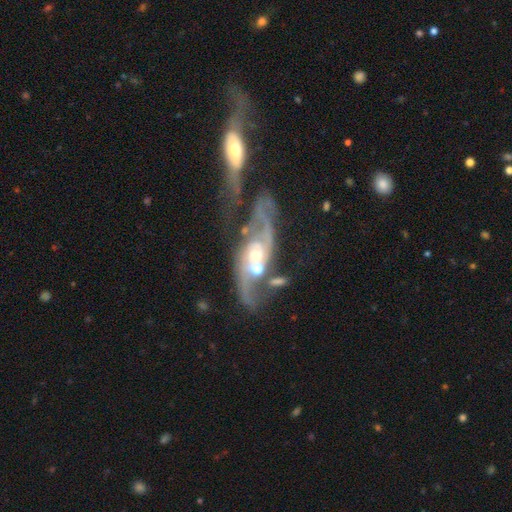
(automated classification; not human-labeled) This is clearly a featured or disk galaxy (84%). It is clearly not viewed edge-on (95%). Bar: likely no (69%). Spiral arm pattern: clearly yes (92%). Spiral arm count: clearly 2 (81%). Spiral winding: possibly loose (47%). Central bulge: possibly moderate (56%). Merging: marginally merger (38%).